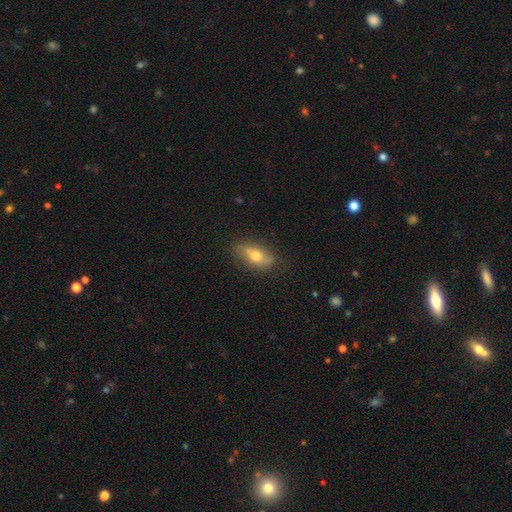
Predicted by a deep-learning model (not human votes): Smooth or featured: smooth — 55% (featured or disk — 37%)
How rounded: in between — 78% (cigar-shaped — 14%)
Merging: none — 77% (minor disturbance — 18%)